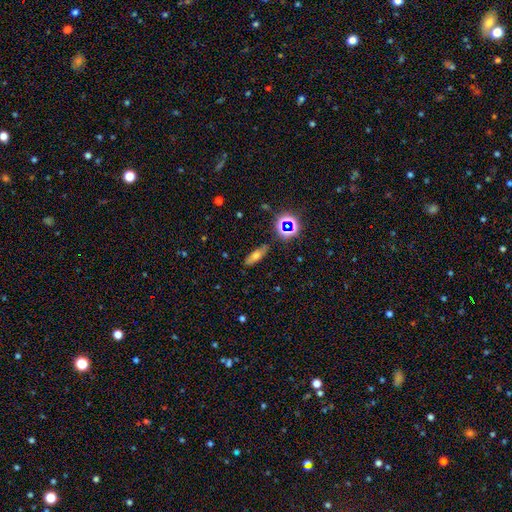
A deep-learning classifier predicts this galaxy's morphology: Overall: smooth (61%; featured or disk 21%). How rounded: in between (50%; cigar-shaped 43%). Merging: none (83%).